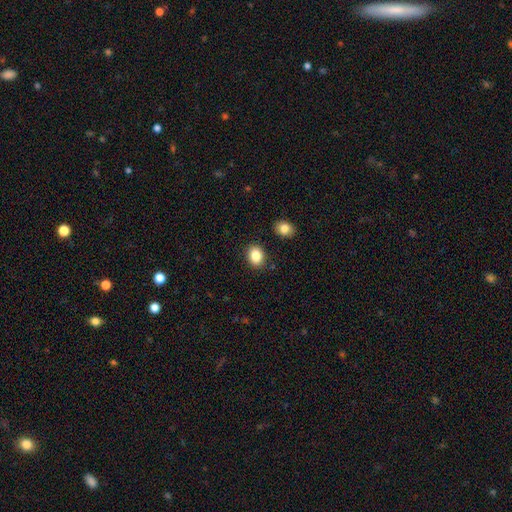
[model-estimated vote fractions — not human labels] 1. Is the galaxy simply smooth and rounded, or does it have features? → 85% smooth, 9% star or artifact, 6% featured or disk.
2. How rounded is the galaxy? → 58% in between, 41% round, 1% cigar-shaped.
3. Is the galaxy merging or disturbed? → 87% none, 8% minor disturbance, 3% merger, 2% major disturbance.